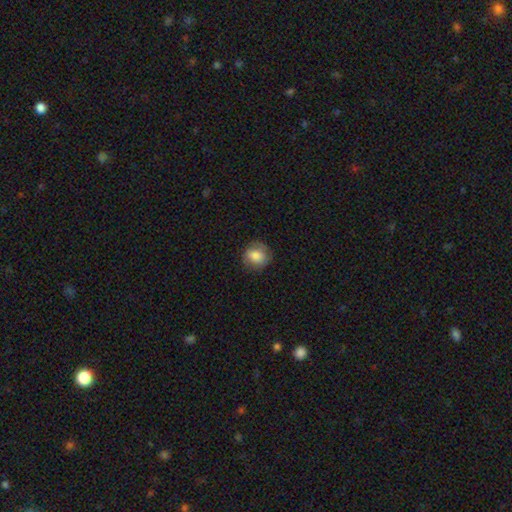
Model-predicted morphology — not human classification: Smooth or featured? smooth (79%)
How rounded? round (79%)
Merging? none (78%)